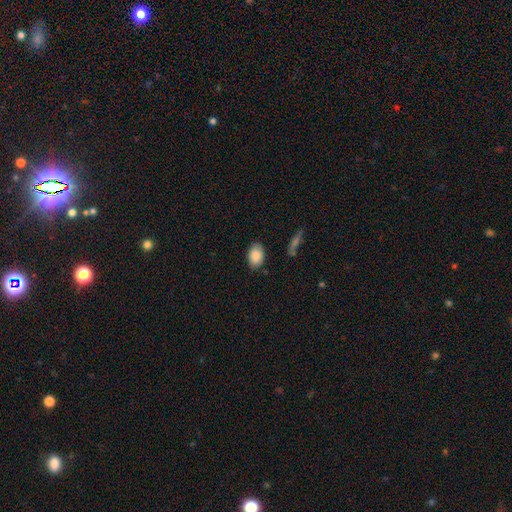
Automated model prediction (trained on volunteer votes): The model was most divided on "merging": none: 81%, minor disturbance: 14%, major disturbance: 3%, merger: 2%. More confident: how rounded — in between (88%); smooth or featured — smooth (87%).